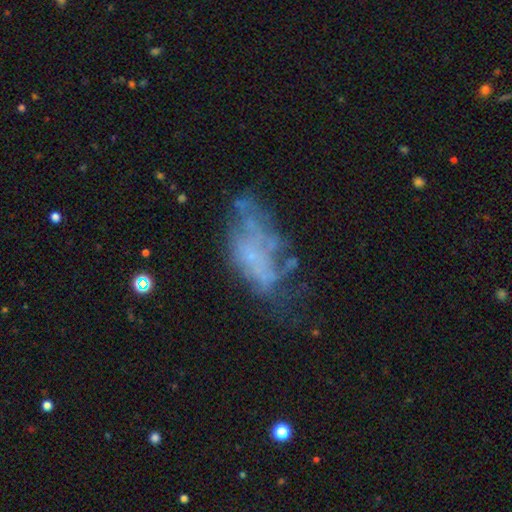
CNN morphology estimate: A featured or disk galaxy (53%) with no bar (92%), no spiral arms (90%) and no central bulge (70%).

Vote fractions:
- Smooth or featured? featured or disk: 53% / smooth: 32% / star or artifact: 15%
- Edge-on disk? no: 94% / yes: 6%
- Bar? no: 92% / weak: 6% / strong: 2%
- Spiral arms? no: 90% / yes: 10%
- Bulge size? none: 70% / small: 20% / moderate: 6% / large: 2% / dominant: 1%
- Merging? none: 38% / major disturbance: 29% / minor disturbance: 24% / merger: 9%